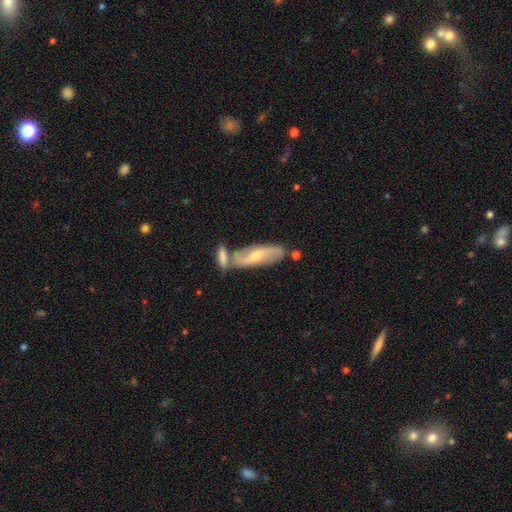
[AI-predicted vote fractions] Morphology: type=featured or disk (67%); edge-on=no (80%); bar=weak (41%); spiral arms=yes (87%); bulge=small (53%); merging=none (49%).